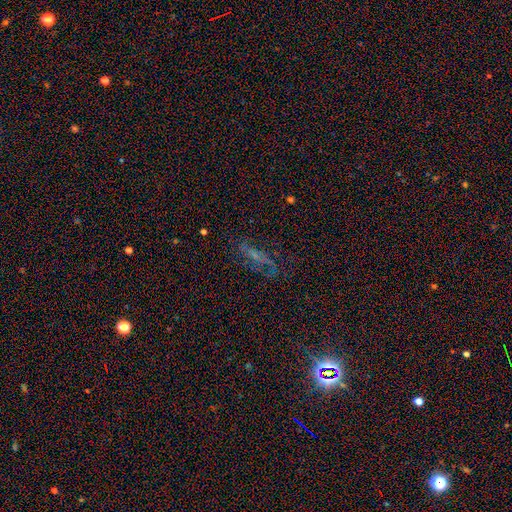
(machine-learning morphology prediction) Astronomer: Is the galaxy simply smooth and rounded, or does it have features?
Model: featured or disk — 44% (runner-up: star or artifact, 30%).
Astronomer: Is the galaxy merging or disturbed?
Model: none — 63%.